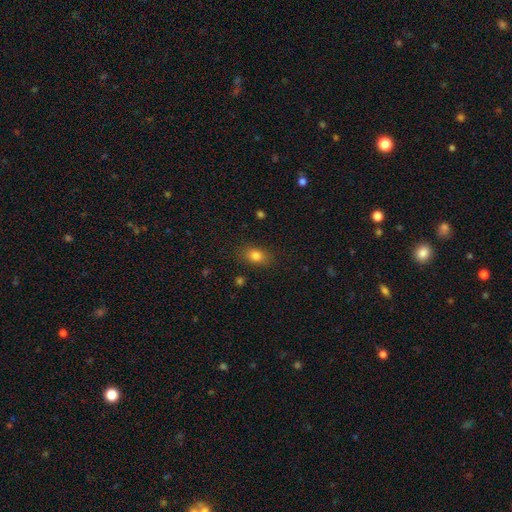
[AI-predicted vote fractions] Smooth or featured? Predicted: smooth (p=0.81). How rounded? Predicted: in between (p=0.73). Merging? Predicted: none (p=0.84).